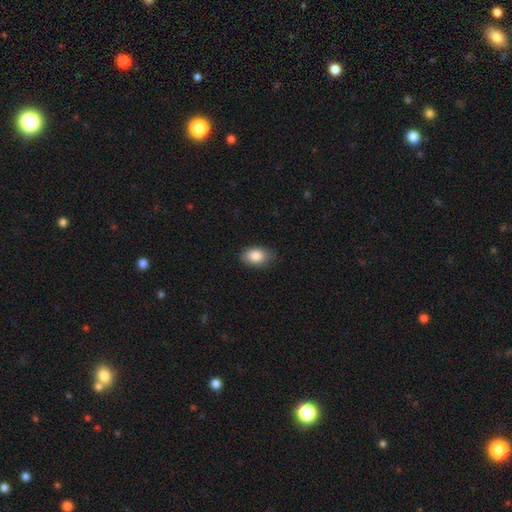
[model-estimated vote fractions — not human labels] Q: Smooth or featured?
A: smooth (86%); runner-up: star or artifact (7%)
Q: How rounded?
A: in between (89%); runner-up: round (9%)
Q: Merging?
A: none (81%); runner-up: minor disturbance (15%)